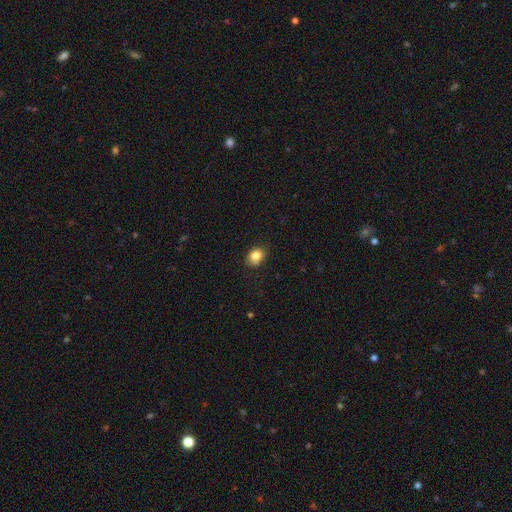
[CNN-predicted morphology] The model was most divided on "how rounded": in between: 56%, round: 43%, cigar-shaped: 1%. More confident: smooth or featured — smooth (85%); merging — none (84%).